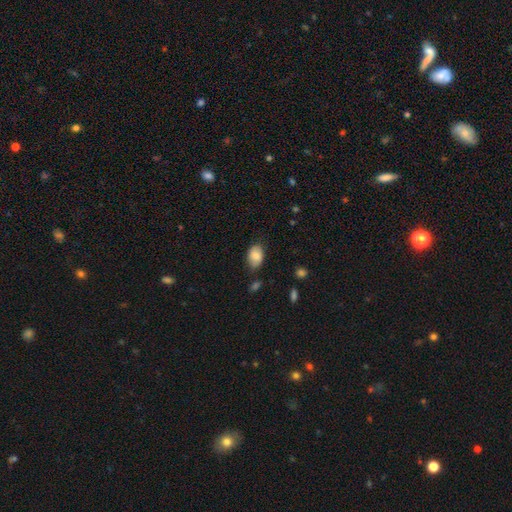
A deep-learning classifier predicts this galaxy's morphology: Smooth or featured? Predicted: smooth (p=0.83). How rounded? Predicted: in between (p=0.87). Merging? Predicted: none (p=0.73).